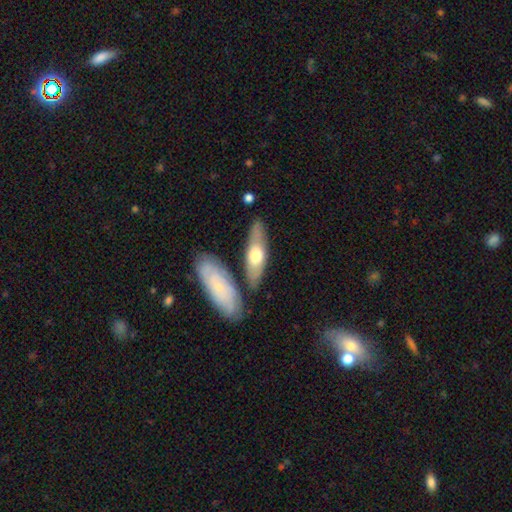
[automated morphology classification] featured or disk 48%, smooth 47%, star or artifact 5%. Down the decision tree: merging — none (75%).